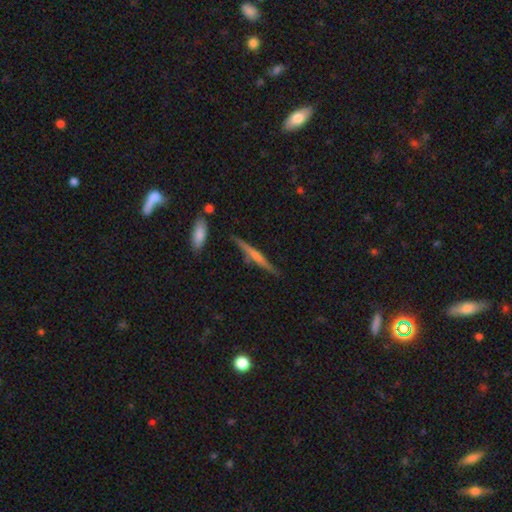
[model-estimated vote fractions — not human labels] smooth-or-featured: featured or disk: 60% | smooth: 33% | star or artifact: 7%
  disk-edge-on: yes: 97% | no: 3%
    edge-on-bulge: rounded: 50% | none: 35% | boxy: 15%
  merging: none: 83% | minor disturbance: 11% | merger: 3% | major disturbance: 2%